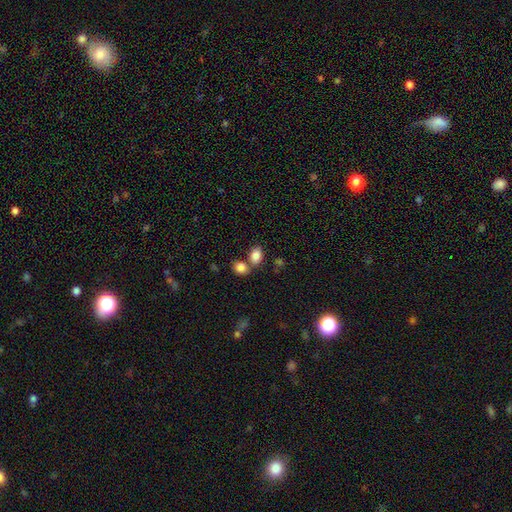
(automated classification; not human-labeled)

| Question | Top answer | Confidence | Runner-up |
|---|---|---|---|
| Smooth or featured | smooth | 85% | star or artifact (9%) |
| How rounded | in between | 74% | round (25%) |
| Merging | none | 57% | merger (29%) |